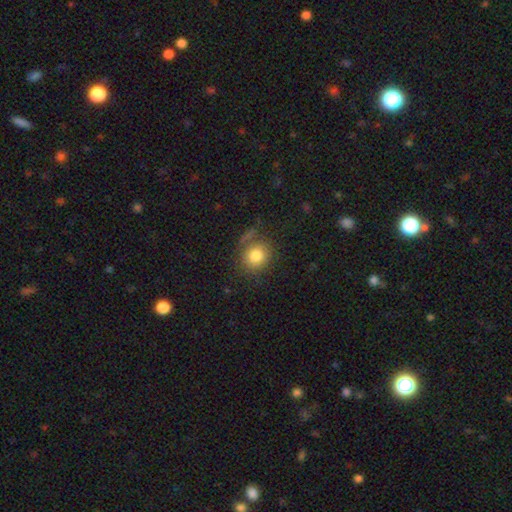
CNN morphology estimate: smooth_or_featured: smooth (p=0.82) [alt: star or artifact p=0.10]
how_rounded: round (p=0.80) [alt: in between p=0.19]
merging: none (p=0.73) [alt: minor disturbance p=0.16]